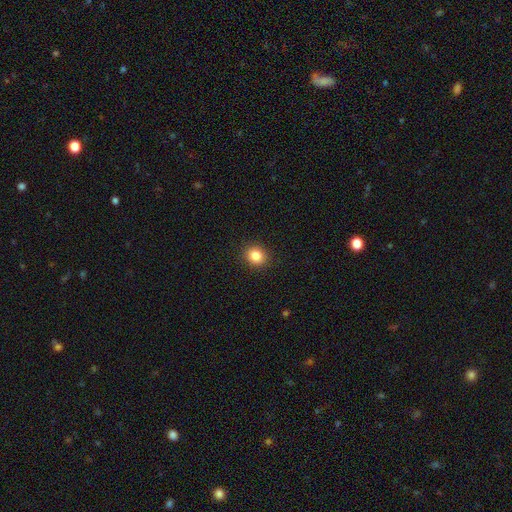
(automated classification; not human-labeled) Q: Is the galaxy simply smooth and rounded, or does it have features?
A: smooth — 85%.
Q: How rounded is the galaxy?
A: round — 71%.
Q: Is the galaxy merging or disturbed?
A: none — 91%.